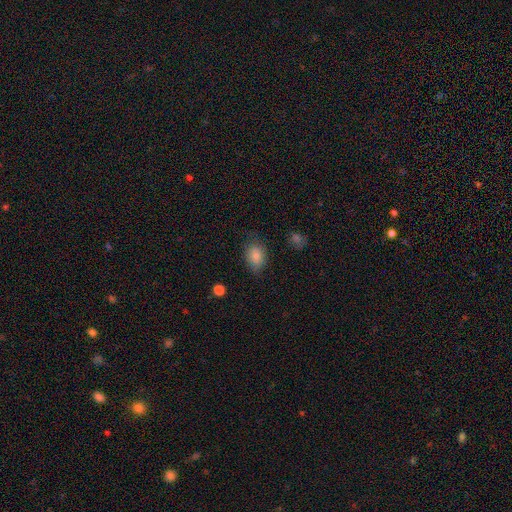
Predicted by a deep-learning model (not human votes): smooth 85%, star or artifact 8%, featured or disk 7%. Down the decision tree: how rounded — in between (79%); merging — none (69%).